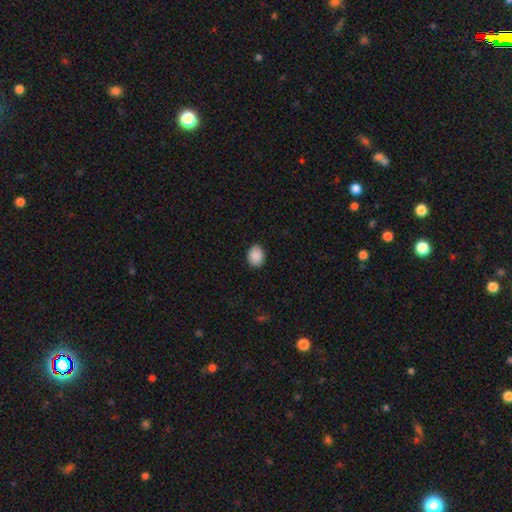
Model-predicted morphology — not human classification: This appears to be a smooth galaxy with no disk features (90%) that is round (53%). Merging: none (90%).